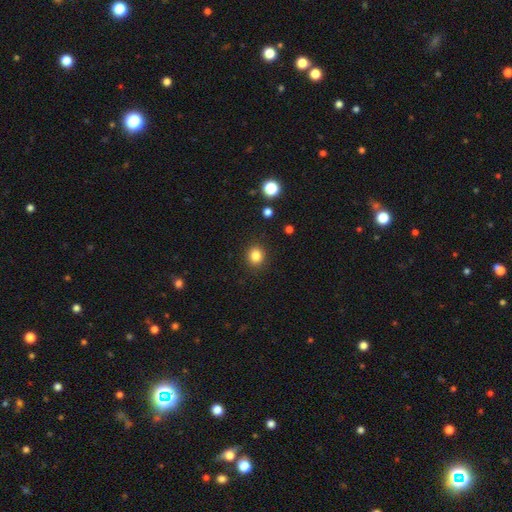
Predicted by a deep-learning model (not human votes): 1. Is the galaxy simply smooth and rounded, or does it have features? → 84% smooth, 12% star or artifact, 5% featured or disk.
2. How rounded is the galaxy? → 82% round, 17% in between, 1% cigar-shaped.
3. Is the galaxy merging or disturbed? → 90% none, 6% minor disturbance, 2% major disturbance, 1% merger.